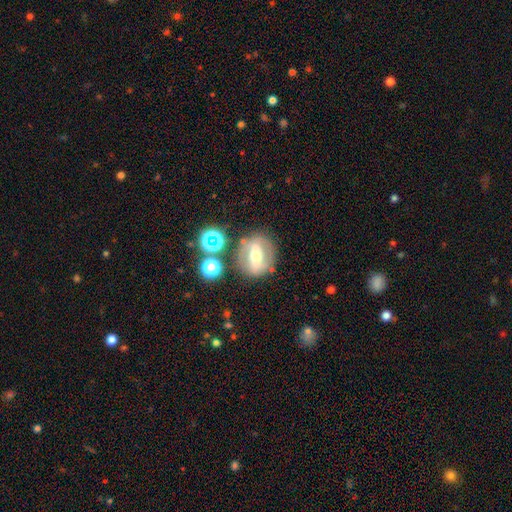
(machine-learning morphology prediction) This is likely a featured or disk galaxy (61%). It is clearly not viewed edge-on (84%). Bar: likely strong (62%). Spiral arm pattern: likely no (64%). Central bulge: likely moderate (65%). Merging: likely none (76%).